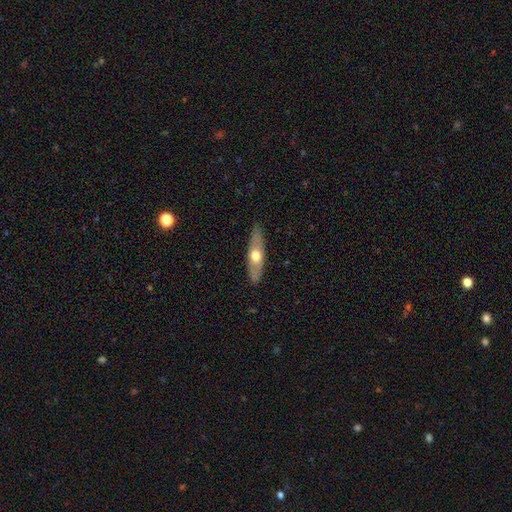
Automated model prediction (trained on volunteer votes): Smooth or featured? Predicted: smooth (p=0.50). Merging? Predicted: none (p=0.86).